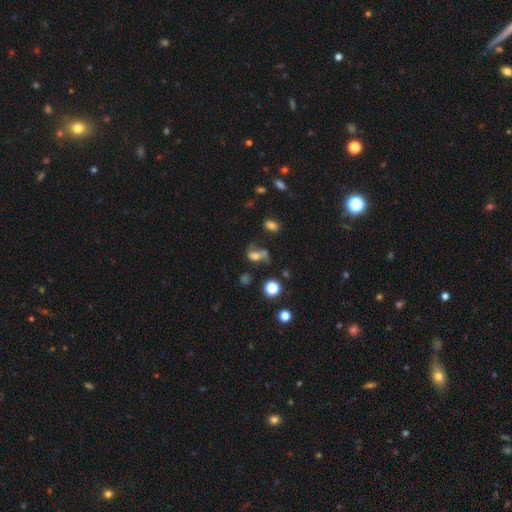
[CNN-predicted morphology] The model was most divided on "merging": none: 33%, major disturbance: 27%, merger: 20%, minor disturbance: 20%. Remaining: smooth or featured — smooth (46%).